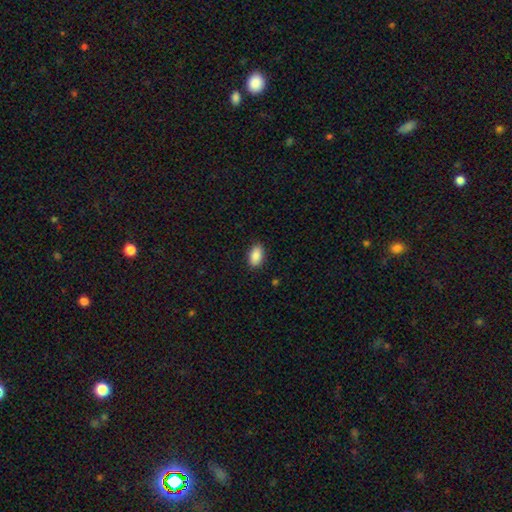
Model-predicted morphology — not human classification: A smooth galaxy with no disk features (89%) that is in between round and cigar-shaped (92%).

Vote fractions:
- Smooth or featured? smooth: 89% / star or artifact: 7% / featured or disk: 4%
- How rounded? in between: 92% / round: 5% / cigar-shaped: 2%
- Merging? none: 88% / minor disturbance: 9% / major disturbance: 2% / merger: 1%